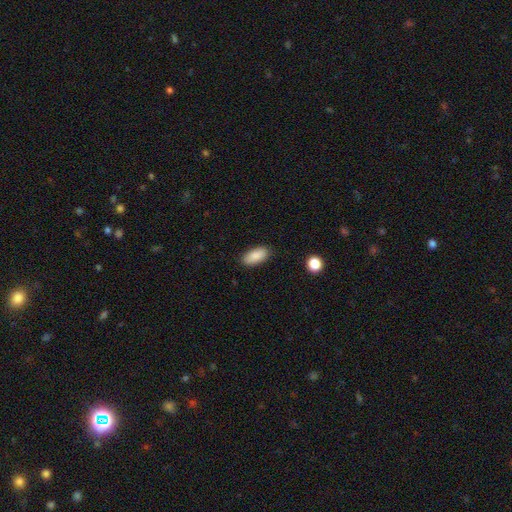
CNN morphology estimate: Smooth or featured?
  - smooth: 87% *
  - star or artifact: 7%
  - featured or disk: 6%
How rounded?
  - in between: 89% *
  - cigar-shaped: 8%
  - round: 3%
Merging?
  - none: 87% *
  - minor disturbance: 9%
  - major disturbance: 2%
  - merger: 1%